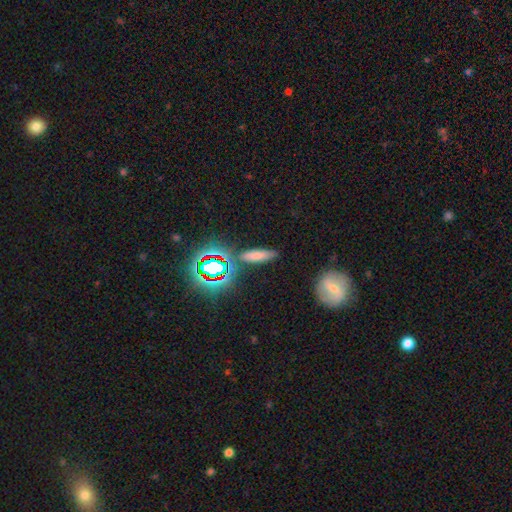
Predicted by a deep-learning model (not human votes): smooth 69%, star or artifact 21%, featured or disk 10%. Down the decision tree: how rounded — cigar-shaped (59%); merging — none (82%).